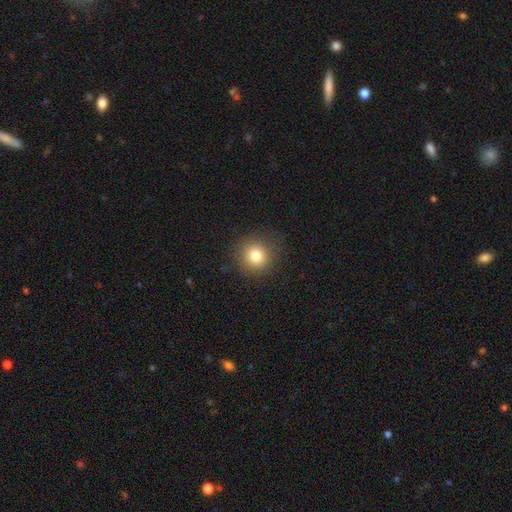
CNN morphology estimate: Smooth or featured: smooth — 81% (star or artifact — 12%)
How rounded: round — 90% (in between — 9%)
Merging: none — 89% (minor disturbance — 7%)